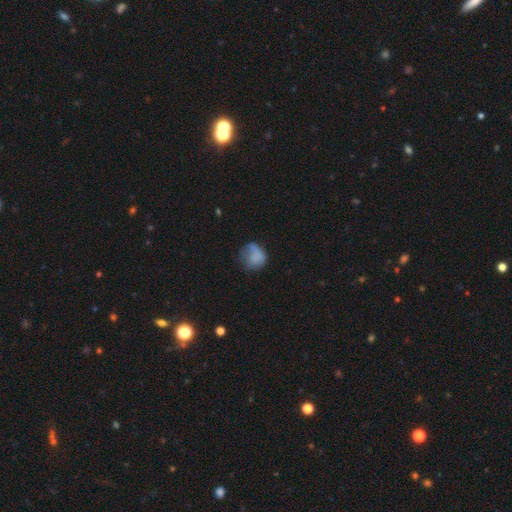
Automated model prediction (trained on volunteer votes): Smooth or featured?
  - smooth: 72% *
  - featured or disk: 17%
  - star or artifact: 11%
How rounded?
  - round: 68% *
  - in between: 31%
  - cigar-shaped: 1%
Merging?
  - none: 41% *
  - minor disturbance: 31%
  - major disturbance: 25%
  - merger: 3%